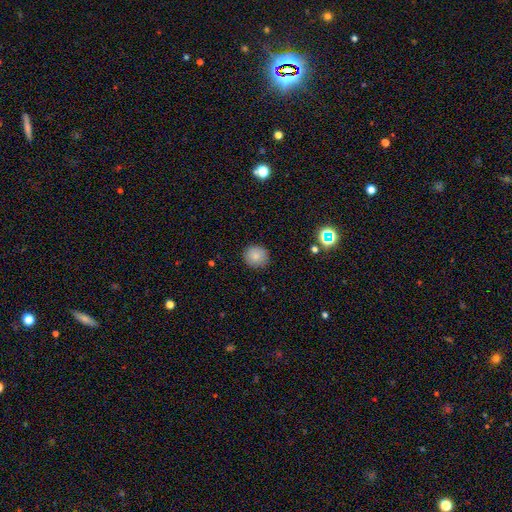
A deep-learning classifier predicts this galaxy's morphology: smooth 83%, star or artifact 10%, featured or disk 7%. Down the decision tree: how rounded — round (90%); merging — none (89%).